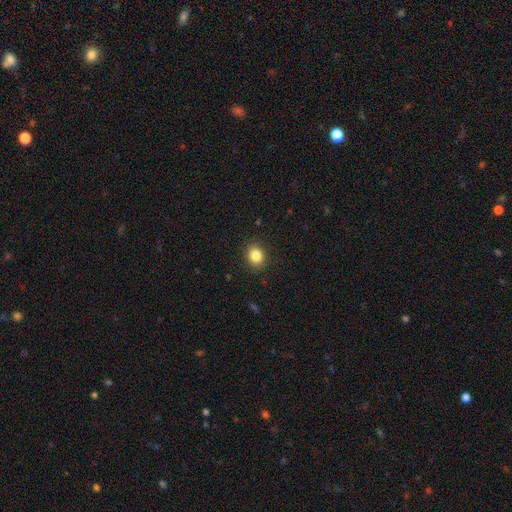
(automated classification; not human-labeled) Smooth or featured? smooth (84%)
How rounded? round (62%)
Merging? none (89%)